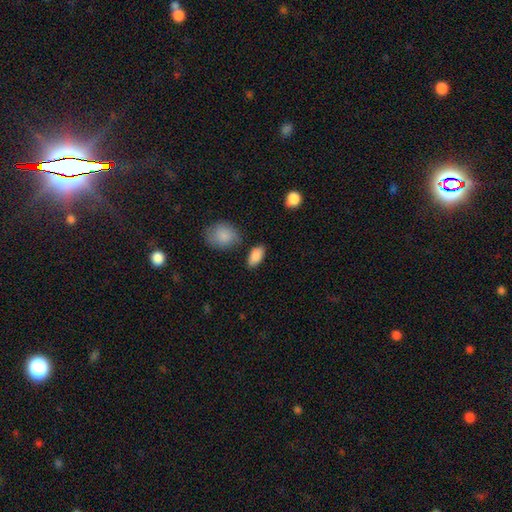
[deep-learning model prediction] This is clearly a smooth galaxy (88%). How rounded: clearly in between (93%). Merging: likely none (80%).